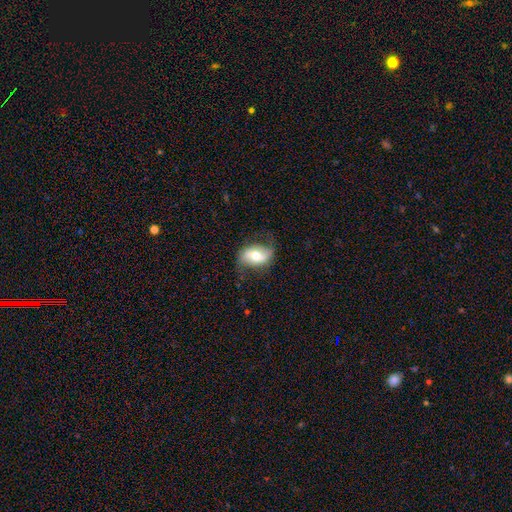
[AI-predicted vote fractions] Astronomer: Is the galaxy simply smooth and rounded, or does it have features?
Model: featured or disk — 57% (runner-up: smooth, 36%).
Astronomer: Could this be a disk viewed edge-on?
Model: no — 93%.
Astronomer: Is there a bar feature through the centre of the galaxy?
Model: no — 44% (runner-up: weak, 33%).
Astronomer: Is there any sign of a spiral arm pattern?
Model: yes — 79%.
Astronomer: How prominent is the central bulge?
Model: moderate — 70%.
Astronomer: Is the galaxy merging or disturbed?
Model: none — 67%.